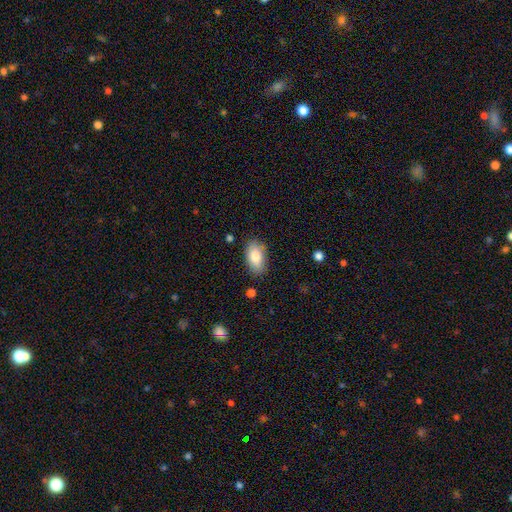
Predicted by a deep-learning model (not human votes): This appears to be a smooth galaxy with no disk features (81%) that is in between round and cigar-shaped (92%). Merging: none (81%).